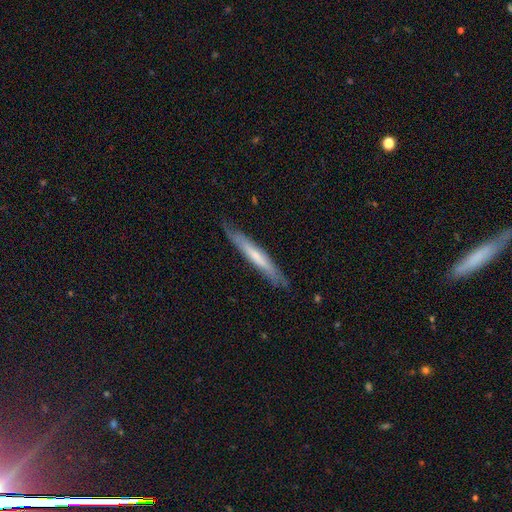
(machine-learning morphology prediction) type=featured or disk (48%); merging=none (82%).